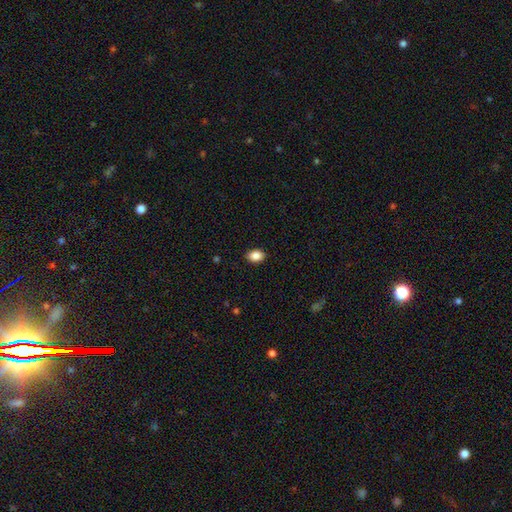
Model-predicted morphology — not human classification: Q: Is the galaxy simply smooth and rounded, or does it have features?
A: smooth — 88%.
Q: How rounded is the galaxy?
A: in between — 76%.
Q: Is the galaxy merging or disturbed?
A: none — 89%.